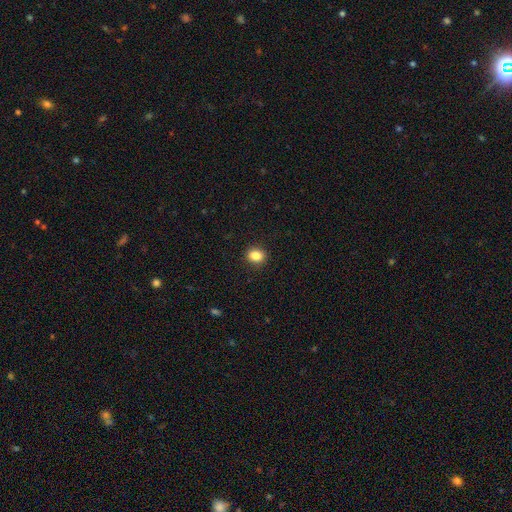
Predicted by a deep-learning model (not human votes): smooth 85%, star or artifact 10%, featured or disk 5%. Down the decision tree: how rounded — round (59%); merging — none (91%).